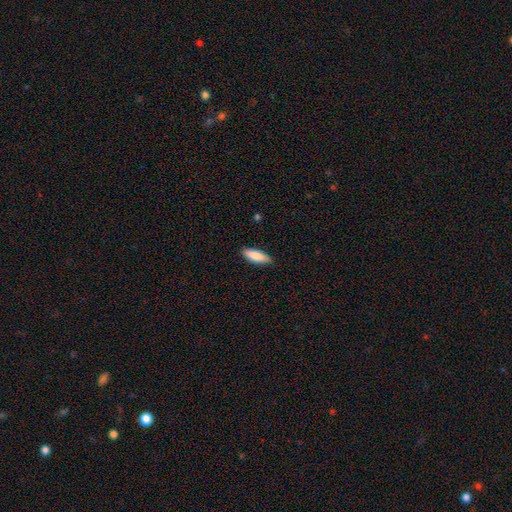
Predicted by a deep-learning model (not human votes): smooth_or_featured: smooth (p=0.83) [alt: featured or disk p=0.11]
how_rounded: in between (p=0.56) [alt: cigar-shaped p=0.42]
merging: none (p=0.87) [alt: minor disturbance p=0.10]